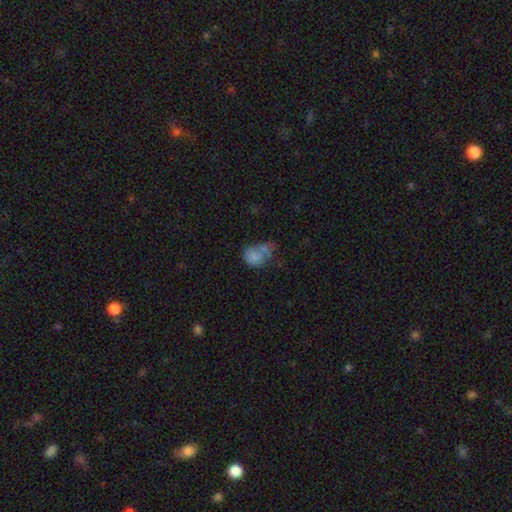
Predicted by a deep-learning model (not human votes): This appears to be a smooth galaxy with no disk features (72%) that is in between round and cigar-shaped (59%). Merging: merger (39%).